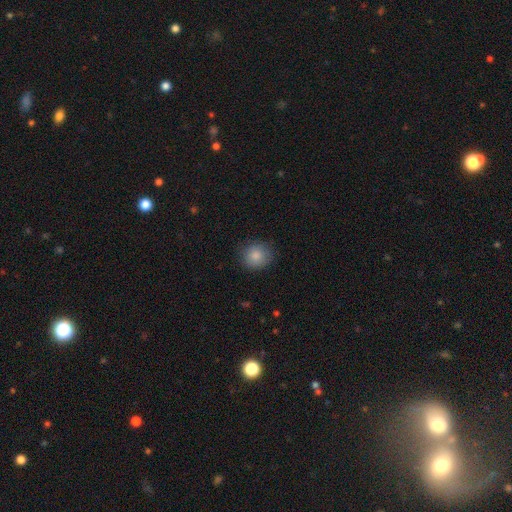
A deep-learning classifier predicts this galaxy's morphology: Smooth or featured?
  - smooth: 85% *
  - star or artifact: 9%
  - featured or disk: 6%
How rounded?
  - round: 85% *
  - in between: 14%
  - cigar-shaped: 1%
Merging?
  - none: 84% *
  - minor disturbance: 12%
  - major disturbance: 3%
  - merger: 1%